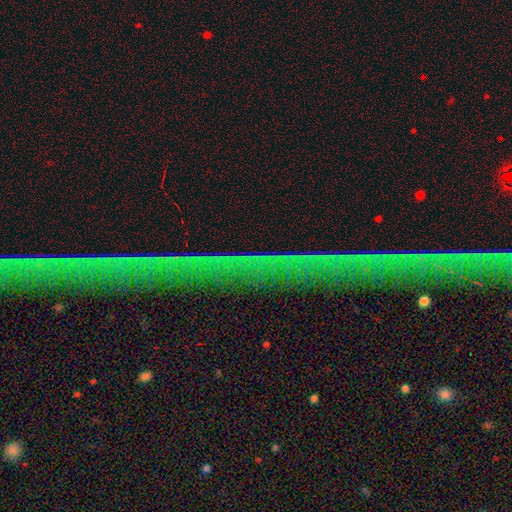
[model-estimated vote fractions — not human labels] This is clearly a star or artifact rather than a galaxy (85%).